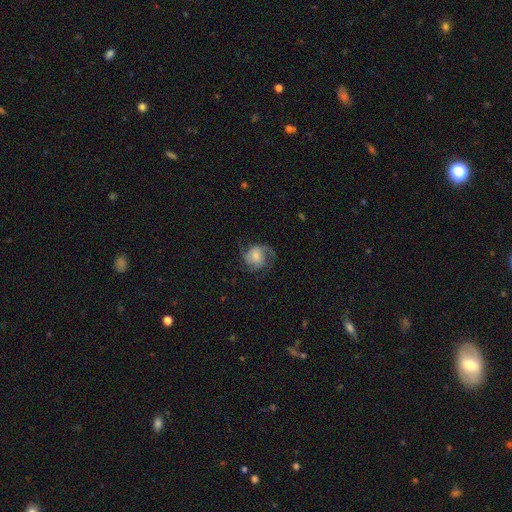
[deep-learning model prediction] The model was most divided on "bulge size": small: 39%, moderate: 37%, large: 12%, none: 10%, dominant: 2%. Remaining: edge-on disk — no (98%); spiral arms — yes (94%); smooth or featured — featured or disk (69%); merging — none (62%); bar — no (59%); spiral arm count — 2 (51%); spiral winding — medium (47%).